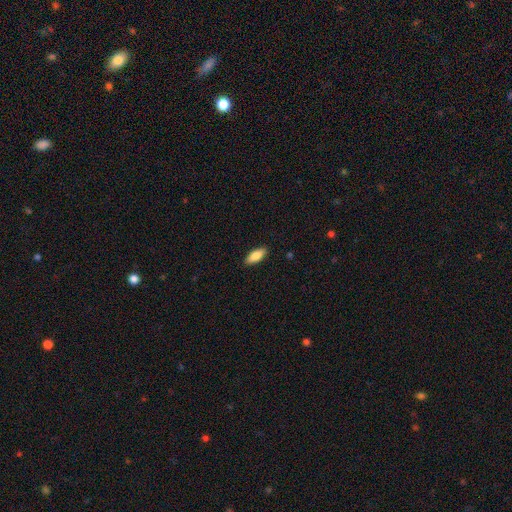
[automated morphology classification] This is clearly a smooth galaxy (83%). How rounded: likely in between (76%). Merging: clearly none (89%).